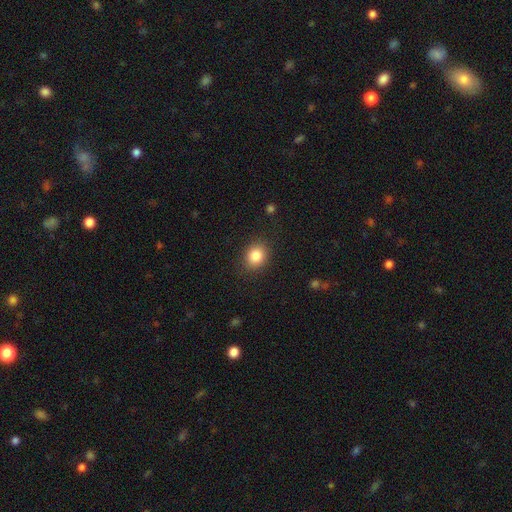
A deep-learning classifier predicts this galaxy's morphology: This appears to be a smooth galaxy with no disk features (84%) that is round (65%). Merging: none (86%).